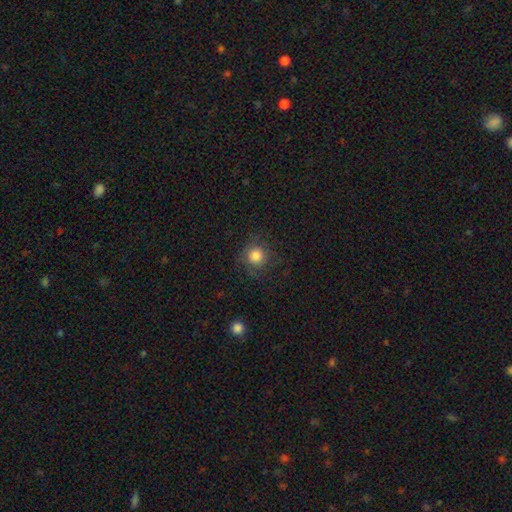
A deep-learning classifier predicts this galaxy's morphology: smooth_or_featured: smooth (p=0.80) [alt: star or artifact p=0.11]
how_rounded: round (p=0.94) [alt: in between p=0.05]
merging: none (p=0.79) [alt: minor disturbance p=0.13]